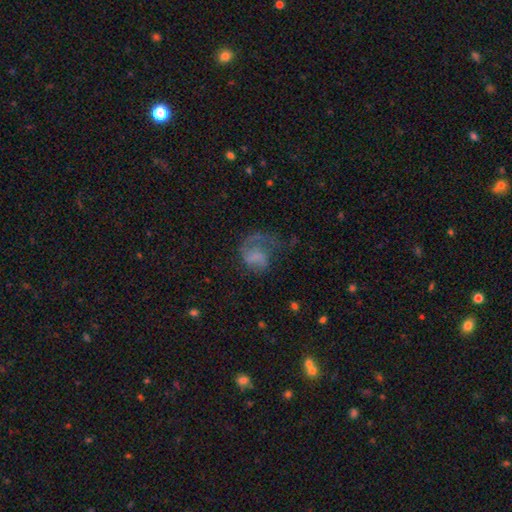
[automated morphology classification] The model was most divided on "smooth or featured": featured or disk: 54%, smooth: 36%, star or artifact: 11%. Remaining: edge-on disk — no (98%); spiral arms — yes (76%); bar — no (61%); bulge size — none (58%); merging — major disturbance (49%).